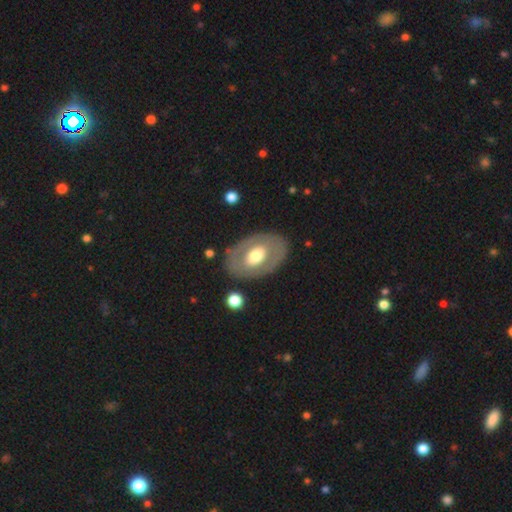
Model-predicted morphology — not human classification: smooth_or_featured: featured or disk (p=0.49) [alt: smooth p=0.46]
merging: none (p=0.81) [alt: minor disturbance p=0.11]